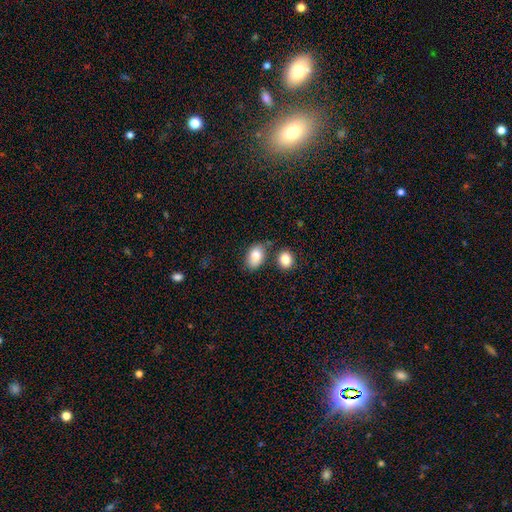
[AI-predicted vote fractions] Q: Smooth or featured?
A: smooth (83%); runner-up: featured or disk (10%)
Q: How rounded?
A: in between (86%); runner-up: round (12%)
Q: Merging?
A: none (67%); runner-up: minor disturbance (17%)